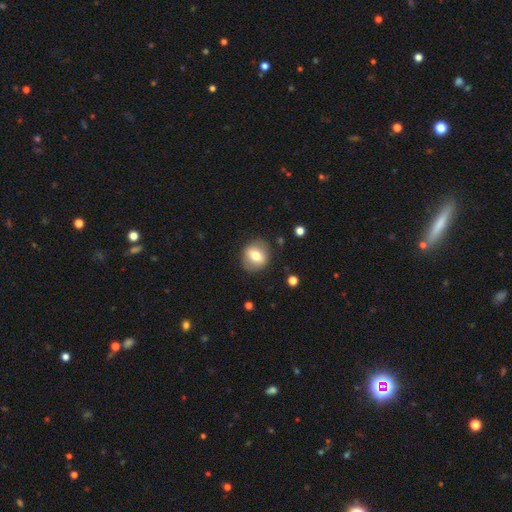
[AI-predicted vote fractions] Overall: smooth (64%; featured or disk 28%). How rounded: round (76%). Merging: none (85%).